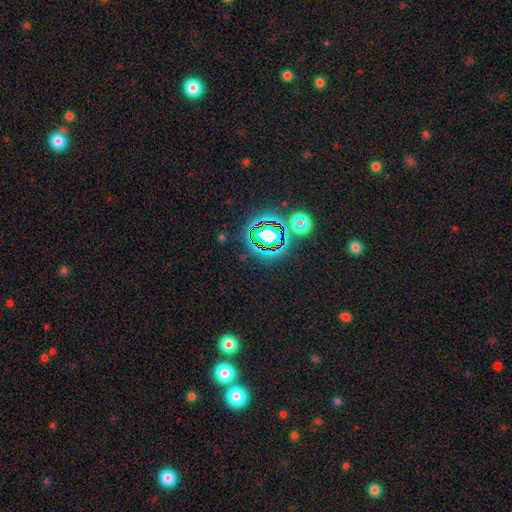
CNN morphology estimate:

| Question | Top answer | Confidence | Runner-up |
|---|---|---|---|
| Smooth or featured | star or artifact | 77% | smooth (15%) |